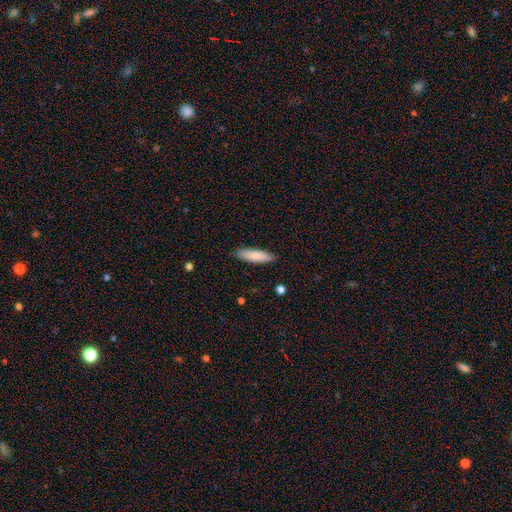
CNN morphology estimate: Smooth or featured? Predicted: smooth (p=0.84). How rounded? Predicted: cigar-shaped (p=0.63). Merging? Predicted: none (p=0.88).